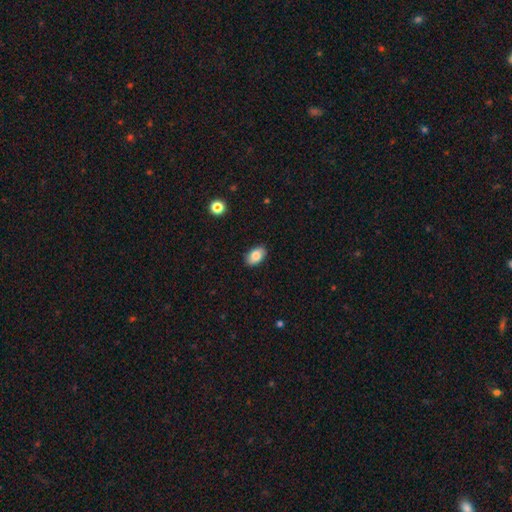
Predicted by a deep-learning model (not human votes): Smooth or featured?
  - smooth: 83% *
  - featured or disk: 10%
  - star or artifact: 7%
How rounded?
  - in between: 91% *
  - round: 8%
  - cigar-shaped: 1%
Merging?
  - none: 88% *
  - minor disturbance: 9%
  - major disturbance: 2%
  - merger: 1%